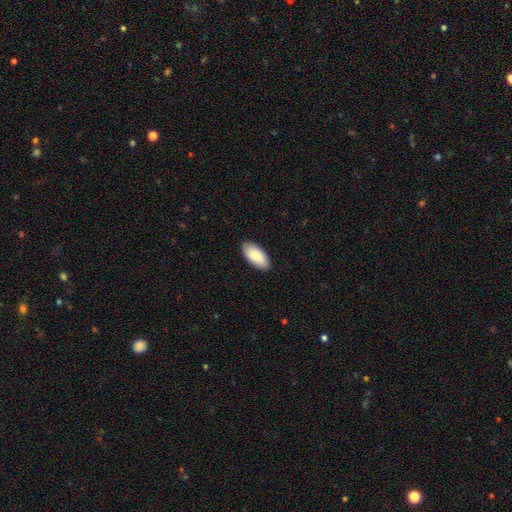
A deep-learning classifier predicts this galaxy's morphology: Smooth or featured? smooth (87%)
How rounded? in between (94%)
Merging? none (89%)